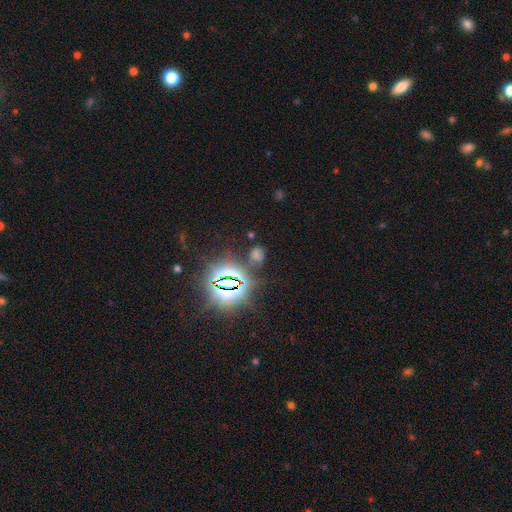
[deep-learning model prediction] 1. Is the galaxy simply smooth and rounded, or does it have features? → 71% star or artifact, 22% smooth, 7% featured or disk.